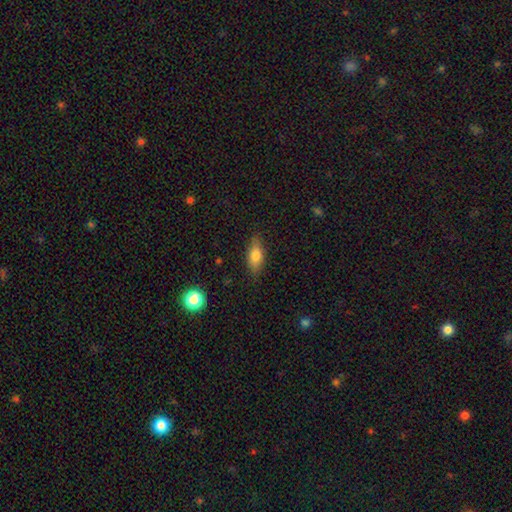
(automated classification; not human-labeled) Overall: smooth (75%). How rounded: in between (79%). Merging: none (82%).